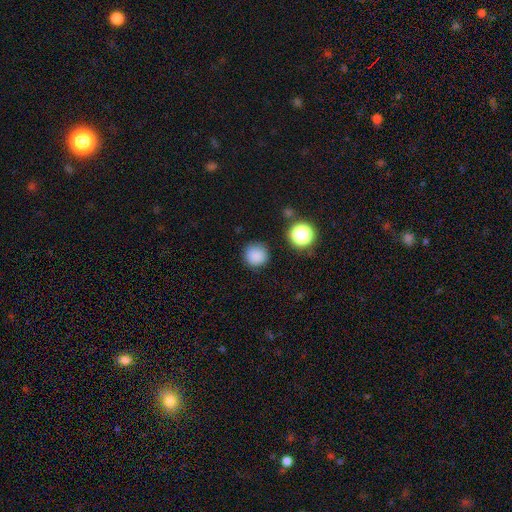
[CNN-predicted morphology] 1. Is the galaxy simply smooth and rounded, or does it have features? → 84% smooth, 12% star or artifact, 4% featured or disk.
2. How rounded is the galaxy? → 94% round, 5% in between, 1% cigar-shaped.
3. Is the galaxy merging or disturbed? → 87% none, 8% minor disturbance, 3% major disturbance, 2% merger.